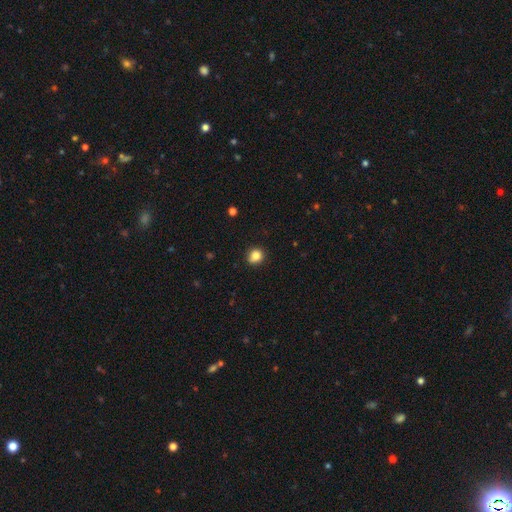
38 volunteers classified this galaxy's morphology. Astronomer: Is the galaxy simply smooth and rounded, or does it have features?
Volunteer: smooth — 82%.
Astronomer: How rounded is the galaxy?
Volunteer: round — 87%.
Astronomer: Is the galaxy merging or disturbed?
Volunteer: none — 76%.